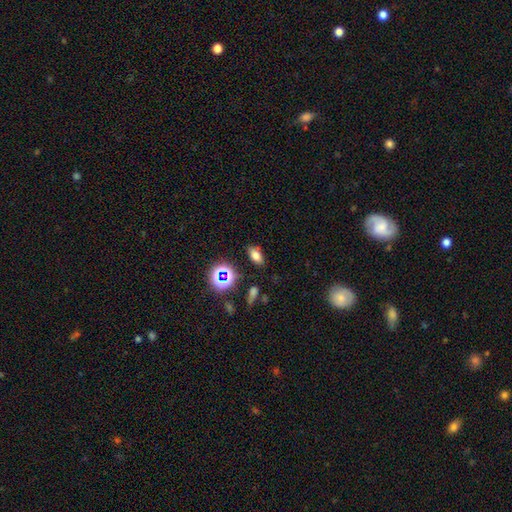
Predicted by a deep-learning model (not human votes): Morphology: type=smooth (70%); roundness=in between (85%); merging=none (83%).